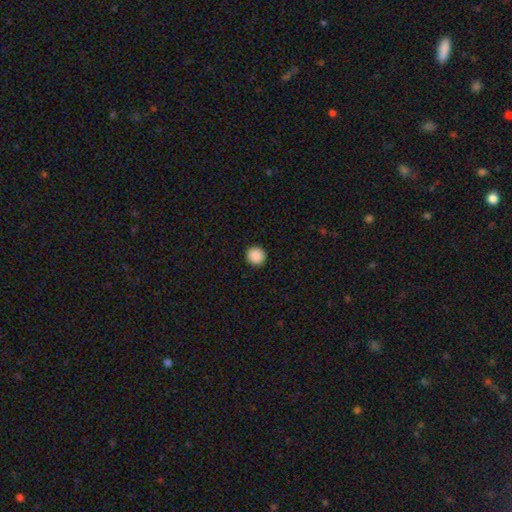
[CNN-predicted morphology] smooth-or-featured: smooth: 89% | star or artifact: 8% | featured or disk: 2%
  how-rounded: round: 93% | in between: 6% | cigar-shaped: 1%
  merging: none: 93% | minor disturbance: 5% | major disturbance: 2% | merger: 1%